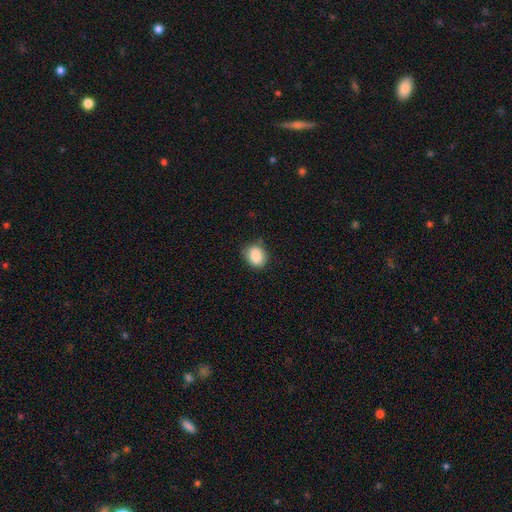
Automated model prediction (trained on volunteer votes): A smooth galaxy with no disk features (87%) that is in between round and cigar-shaped (56%). Merging: none (75%).